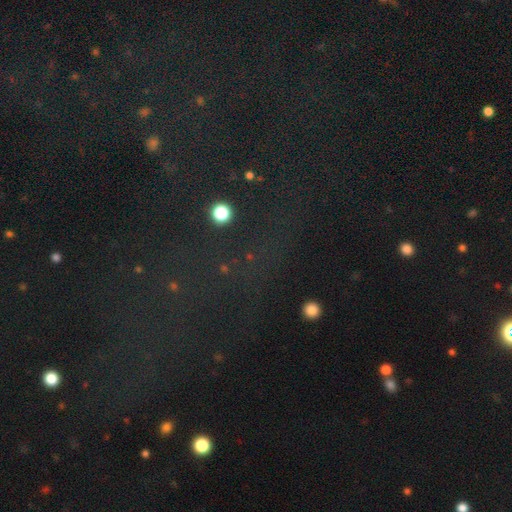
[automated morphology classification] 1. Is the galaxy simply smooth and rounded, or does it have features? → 74% star or artifact, 16% smooth, 10% featured or disk.